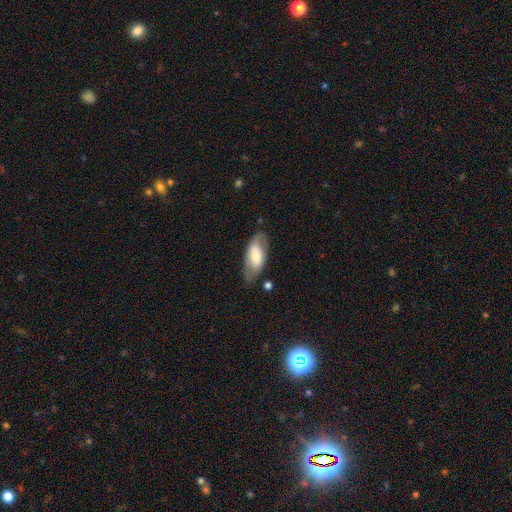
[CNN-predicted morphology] smooth 57%, featured or disk 36%, star or artifact 6%. Down the decision tree: how rounded — in between (86%); merging — none (70%).